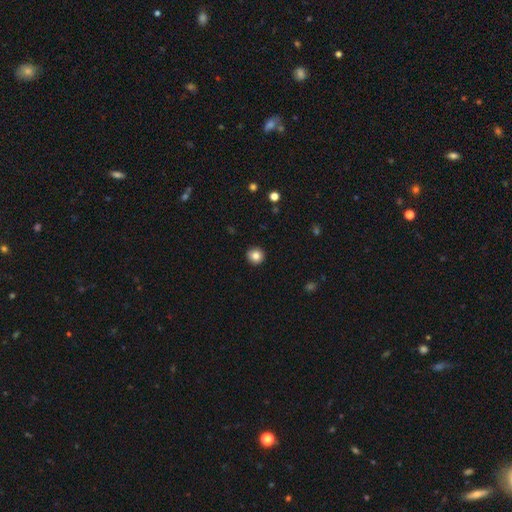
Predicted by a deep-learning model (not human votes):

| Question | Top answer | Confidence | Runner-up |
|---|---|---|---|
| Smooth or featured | smooth | 84% | star or artifact (10%) |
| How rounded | round | 94% | in between (5%) |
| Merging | none | 93% | minor disturbance (5%) |